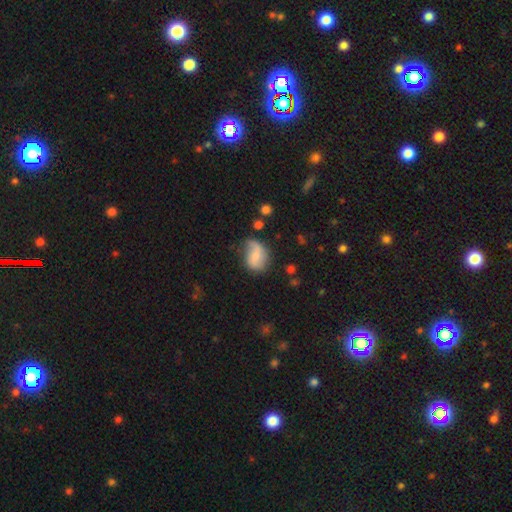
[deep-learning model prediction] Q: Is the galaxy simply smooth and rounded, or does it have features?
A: smooth — 48%.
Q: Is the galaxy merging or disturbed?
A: none — 51%.